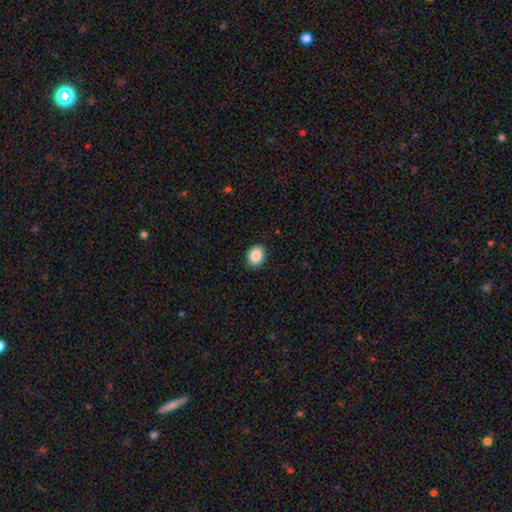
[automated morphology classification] This appears to be a smooth galaxy with no disk features (88%) that is in between round and cigar-shaped (66%). Merging: none (89%).